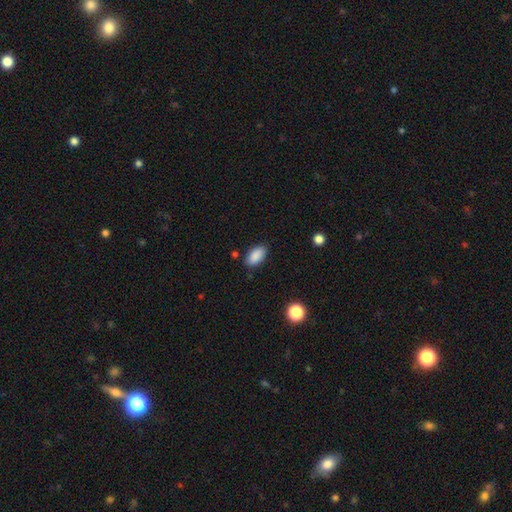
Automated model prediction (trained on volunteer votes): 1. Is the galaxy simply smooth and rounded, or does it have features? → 88% smooth, 7% star or artifact, 4% featured or disk.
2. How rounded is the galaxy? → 93% in between, 4% cigar-shaped, 3% round.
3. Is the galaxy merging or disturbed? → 84% none, 12% minor disturbance, 3% major disturbance, 2% merger.